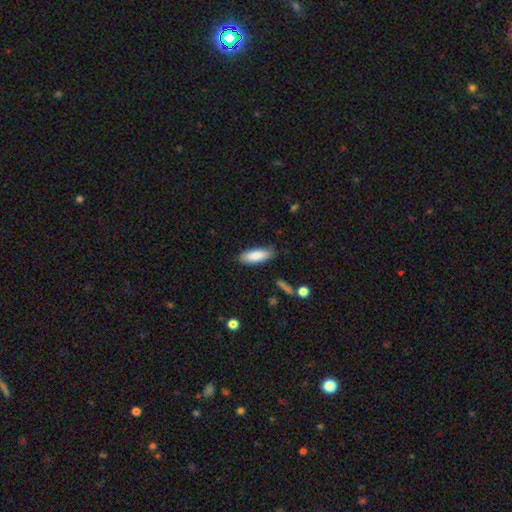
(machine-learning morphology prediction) The model was most divided on "how rounded": in between: 62%, cigar-shaped: 36%, round: 2%. More confident: smooth or featured — smooth (86%); merging — none (84%).